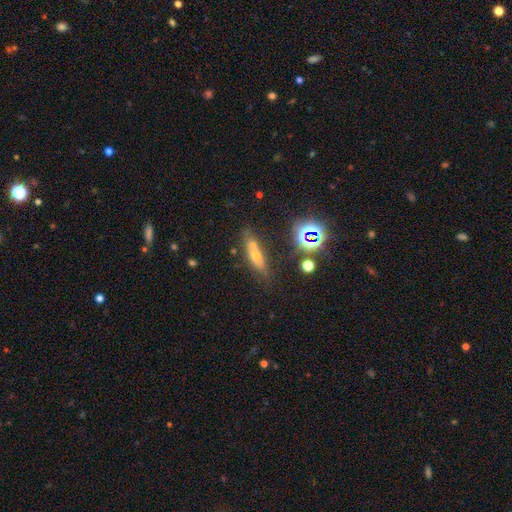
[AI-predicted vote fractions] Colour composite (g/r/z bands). It shows a smooth galaxy with no disk features (47%). Merging: none (61%).